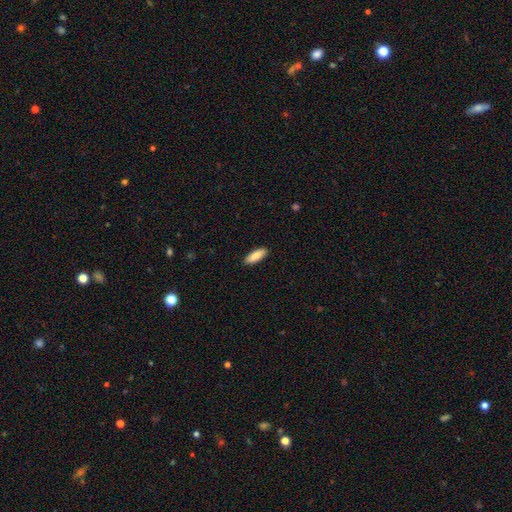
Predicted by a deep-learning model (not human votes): A smooth galaxy with no disk features (87%) that is in between round and cigar-shaped (61%).

Vote fractions:
- Smooth or featured? smooth: 87% / featured or disk: 7% / star or artifact: 5%
- How rounded? in between: 61% / cigar-shaped: 37% / round: 2%
- Merging? none: 91% / minor disturbance: 7% / major disturbance: 2% / merger: 1%